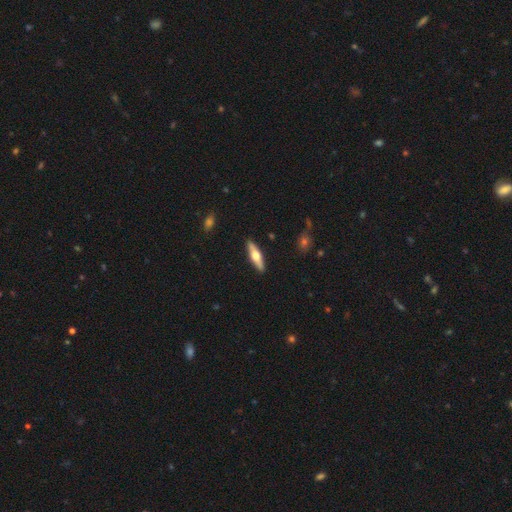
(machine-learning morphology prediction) Overall: featured or disk (54%; smooth 41%). Edge-on disk: yes (93%). Edge-on bulge: rounded (94%). Merging: none (90%).